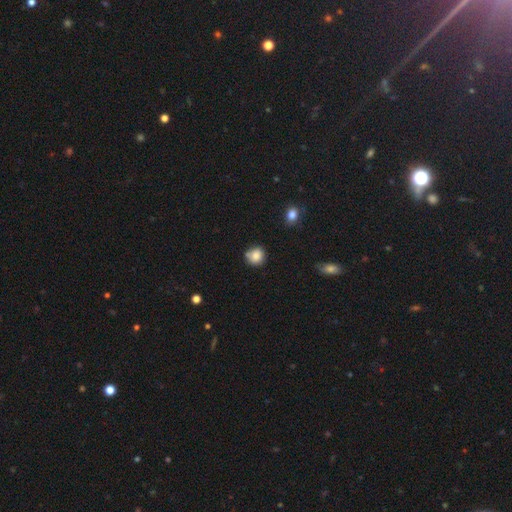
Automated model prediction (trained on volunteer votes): The model was most divided on "merging": none: 70%, minor disturbance: 16%, merger: 11%, major disturbance: 3%. More confident: how rounded — round (87%); smooth or featured — smooth (82%).